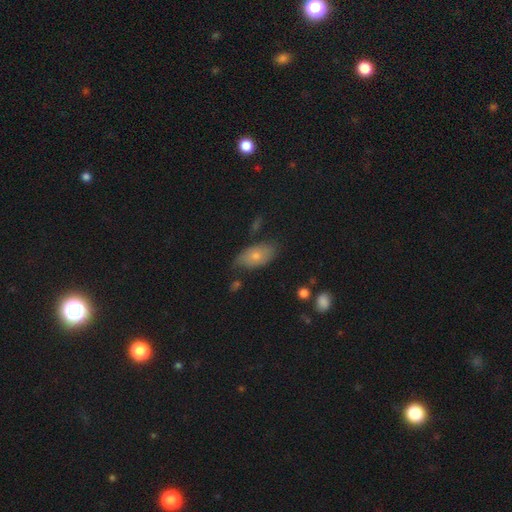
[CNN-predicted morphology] smooth_or_featured: smooth (p=0.65) [alt: featured or disk p=0.24]
how_rounded: in between (p=0.91) [alt: round p=0.05]
merging: none (p=0.68) [alt: minor disturbance p=0.23]